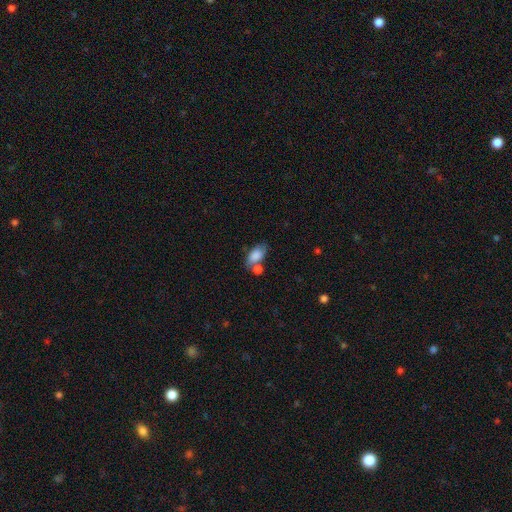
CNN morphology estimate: Smooth or featured: smooth — 80% (featured or disk — 12%)
How rounded: in between — 91% (round — 6%)
Merging: none — 45% (merger — 30%)